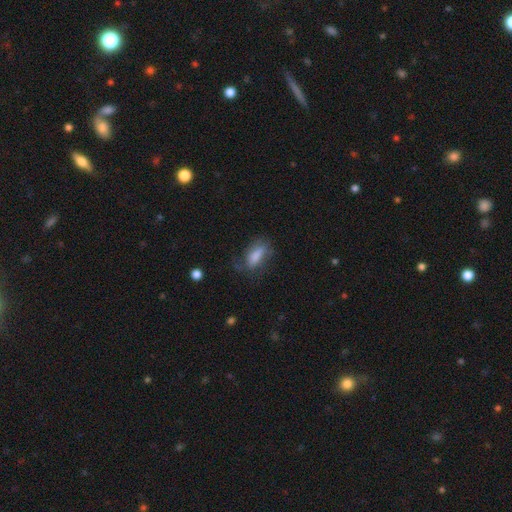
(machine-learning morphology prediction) Q: Smooth or featured?
A: smooth (69%); runner-up: featured or disk (21%)
Q: How rounded?
A: in between (72%); runner-up: cigar-shaped (24%)
Q: Merging?
A: none (58%); runner-up: minor disturbance (26%)